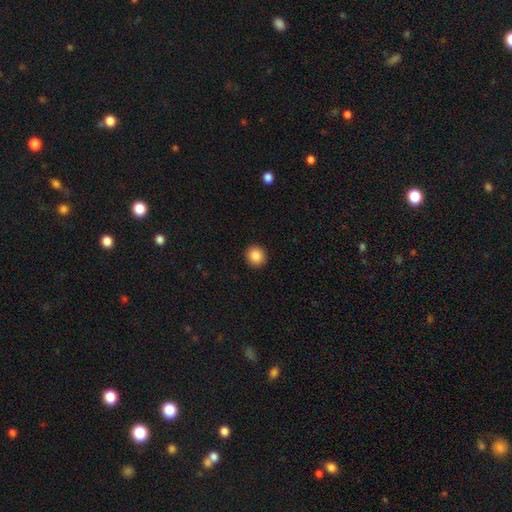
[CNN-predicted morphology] A smooth galaxy with no disk features (87%) that is round (88%). Merging: none (92%).